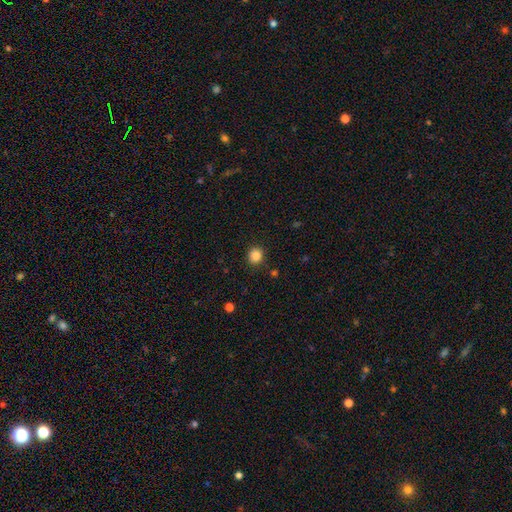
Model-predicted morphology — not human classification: smooth 86%, star or artifact 11%, featured or disk 3%. Down the decision tree: how rounded — round (86%); merging — none (88%).